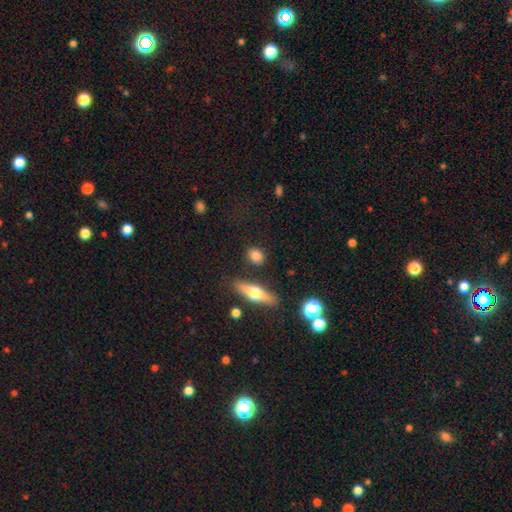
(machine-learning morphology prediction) A smooth galaxy with no disk features (78%) that is round (59%).

Vote fractions:
- Smooth or featured? smooth: 78% / featured or disk: 14% / star or artifact: 8%
- How rounded? round: 59% / in between: 34% / cigar-shaped: 7%
- Merging? none: 83% / minor disturbance: 10% / merger: 4% / major disturbance: 3%